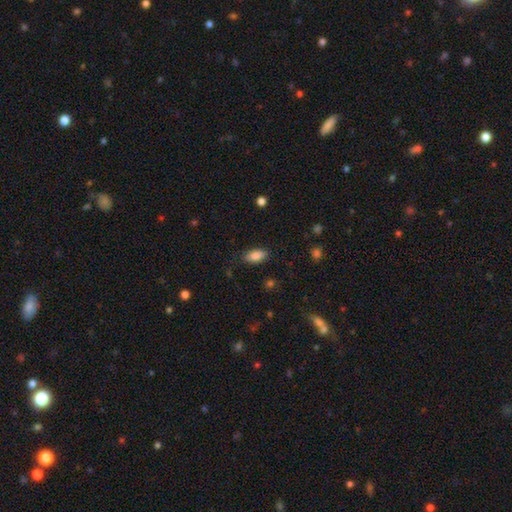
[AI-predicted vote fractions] Smooth or featured? Predicted: smooth (p=0.84). How rounded? Predicted: in between (p=0.89). Merging? Predicted: none (p=0.83).